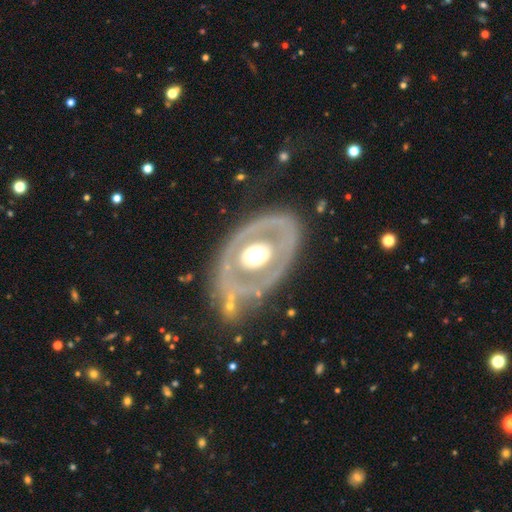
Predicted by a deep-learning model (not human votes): Morphology: type=featured or disk (69%); edge-on=no (93%); bar=no (84%); spiral arms=no (80%); bulge=moderate (55%); merging=none (68%).